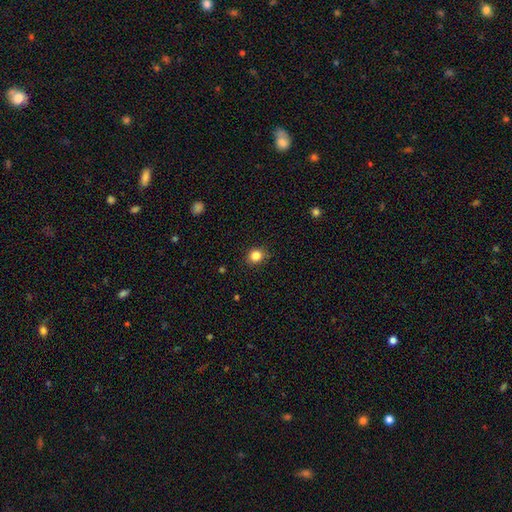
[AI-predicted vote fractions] smooth_or_featured: smooth (p=0.84) [alt: star or artifact p=0.11]
how_rounded: round (p=0.81) [alt: in between p=0.18]
merging: none (p=0.87) [alt: minor disturbance p=0.09]